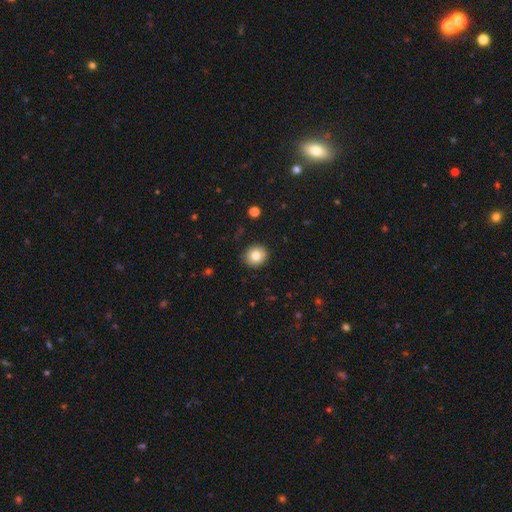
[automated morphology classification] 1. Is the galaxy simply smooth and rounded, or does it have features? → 80% smooth, 10% featured or disk, 10% star or artifact.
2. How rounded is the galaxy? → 84% round, 15% in between, 1% cigar-shaped.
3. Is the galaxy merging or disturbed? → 90% none, 7% minor disturbance, 2% major disturbance, 1% merger.